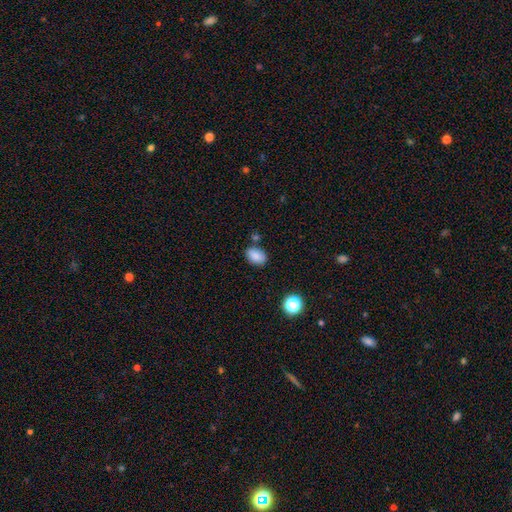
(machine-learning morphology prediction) Overall: smooth (85%). How rounded: in between (83%). Merging: none (74%).